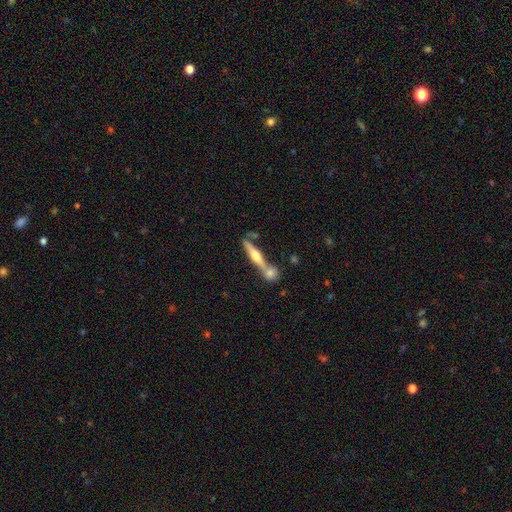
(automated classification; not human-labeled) Q: Smooth or featured?
A: featured or disk (64%); runner-up: smooth (30%)
Q: Edge-on disk?
A: yes (96%); runner-up: no (4%)
Q: Edge-on bulge?
A: rounded (90%); runner-up: boxy (5%)
Q: Merging?
A: none (62%); runner-up: merger (25%)